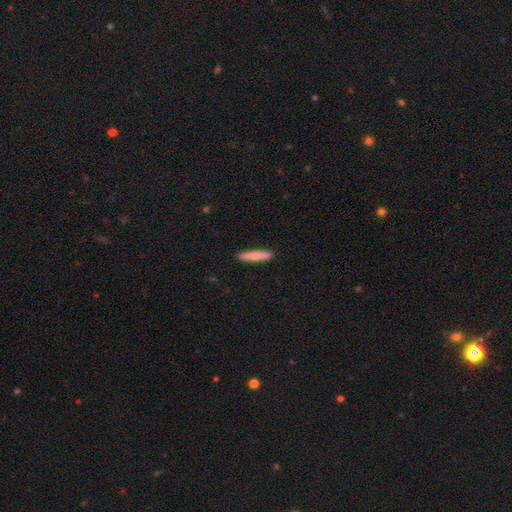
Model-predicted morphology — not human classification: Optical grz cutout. It shows a smooth galaxy with no disk features (78%) that is cigar-shaped (91%). Merging: none (90%).